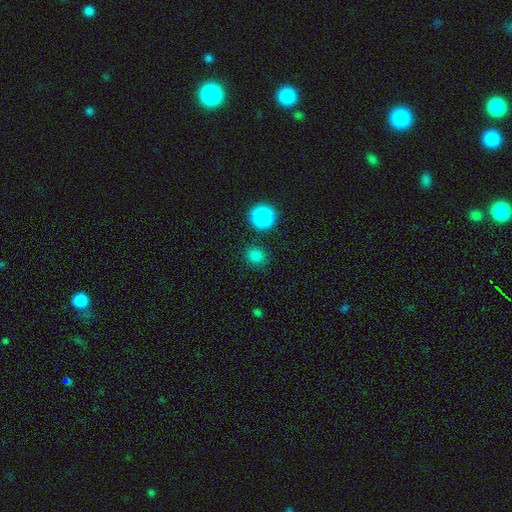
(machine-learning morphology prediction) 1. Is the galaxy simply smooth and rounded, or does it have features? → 78% smooth, 17% star or artifact, 5% featured or disk.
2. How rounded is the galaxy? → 83% round, 16% in between, 1% cigar-shaped.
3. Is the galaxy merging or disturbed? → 86% none, 8% minor disturbance, 3% major disturbance, 3% merger.